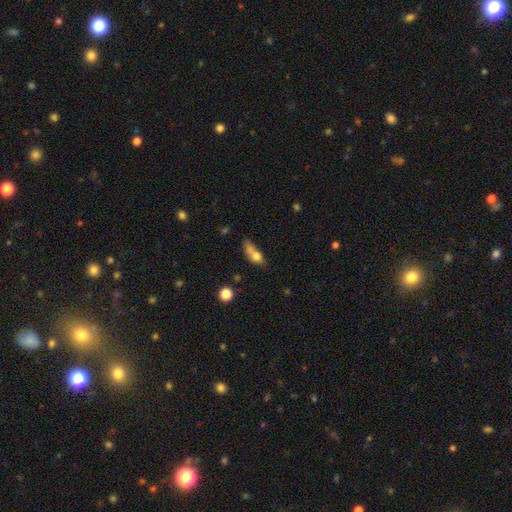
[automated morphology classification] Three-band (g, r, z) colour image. It shows a smooth galaxy with no disk features (70%) that is in between round and cigar-shaped (59%). Merging: merger (43%).